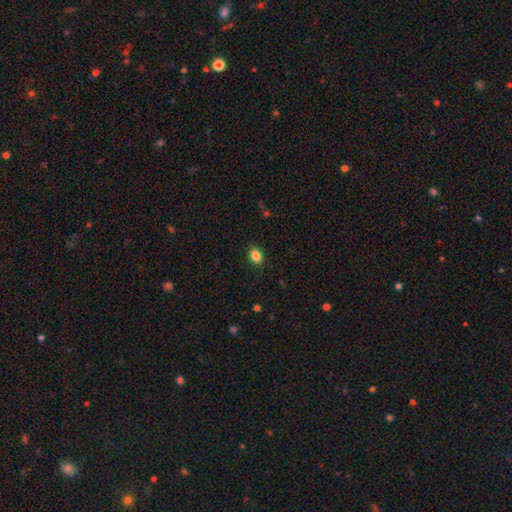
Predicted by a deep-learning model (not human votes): This is clearly a smooth galaxy (86%). How rounded: likely in between (61%). Merging: clearly none (90%).